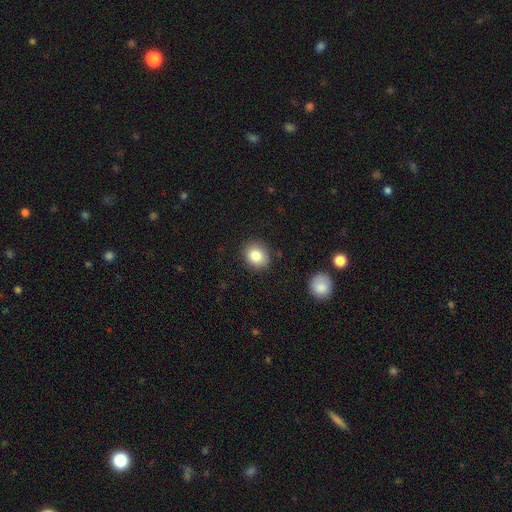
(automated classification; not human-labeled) smooth_or_featured: smooth (p=0.84) [alt: star or artifact p=0.09]
how_rounded: round (p=0.68) [alt: in between p=0.31]
merging: none (p=0.87) [alt: minor disturbance p=0.09]